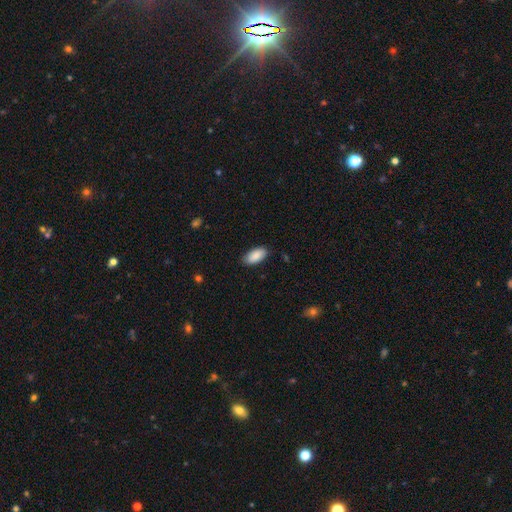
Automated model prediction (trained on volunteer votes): The model was most divided on "merging": none: 85%, minor disturbance: 11%, major disturbance: 2%, merger: 1%. More confident: how rounded — in between (92%); smooth or featured — smooth (89%).